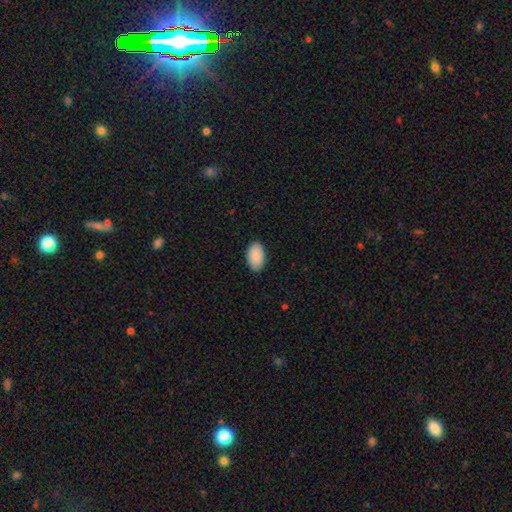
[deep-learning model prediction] Smooth or featured: smooth — 92% (star or artifact — 6%)
How rounded: in between — 95% (round — 4%)
Merging: none — 90% (minor disturbance — 8%)